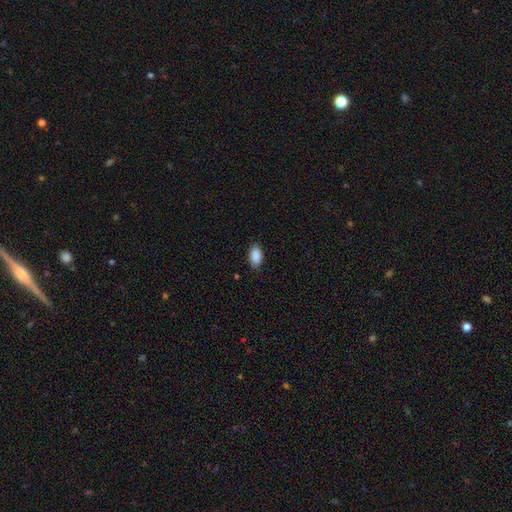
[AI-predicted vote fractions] Smooth or featured? smooth (90%)
How rounded? in between (93%)
Merging? none (86%)